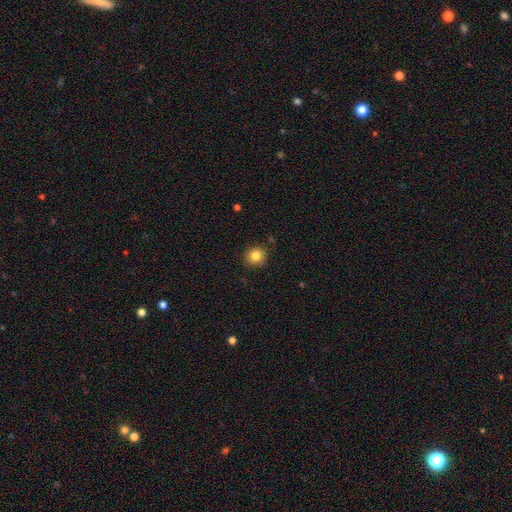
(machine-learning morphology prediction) A smooth galaxy with no disk features (83%) that is round (89%).

Vote fractions:
- Smooth or featured? smooth: 83% / star or artifact: 10% / featured or disk: 6%
- How rounded? round: 89% / in between: 10% / cigar-shaped: 1%
- Merging? none: 88% / minor disturbance: 9% / major disturbance: 2% / merger: 1%